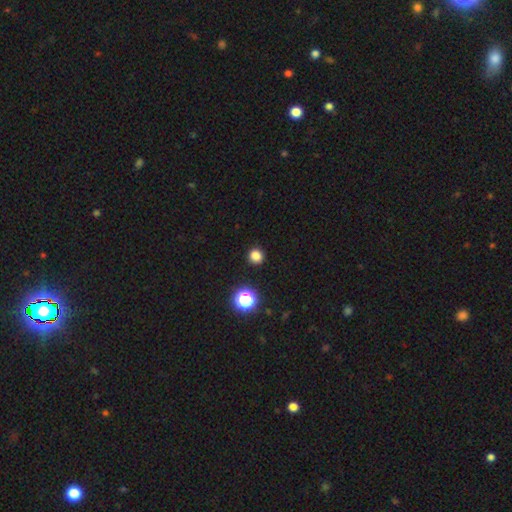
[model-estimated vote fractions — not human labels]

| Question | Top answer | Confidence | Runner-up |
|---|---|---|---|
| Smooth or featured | smooth | 81% | star or artifact (16%) |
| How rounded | round | 92% | in between (7%) |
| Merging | none | 92% | minor disturbance (5%) |